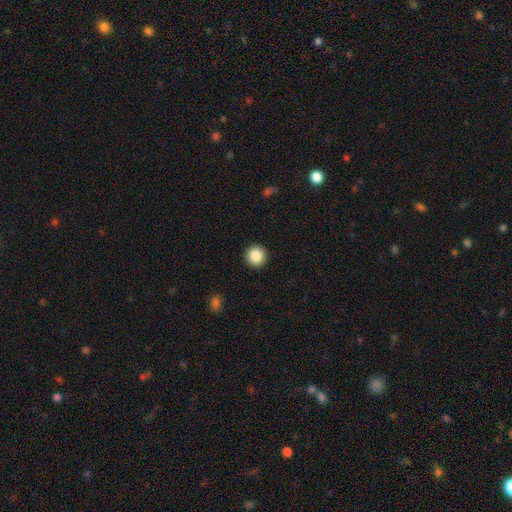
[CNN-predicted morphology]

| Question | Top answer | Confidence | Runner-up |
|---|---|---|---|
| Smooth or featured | smooth | 86% | star or artifact (9%) |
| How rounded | round | 95% | in between (4%) |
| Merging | none | 93% | minor disturbance (4%) |